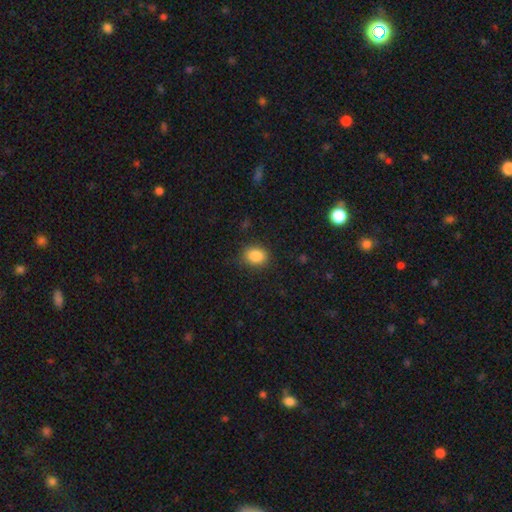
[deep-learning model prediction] This is clearly a smooth galaxy (87%). How rounded: possibly in between (53%). Merging: clearly none (84%).